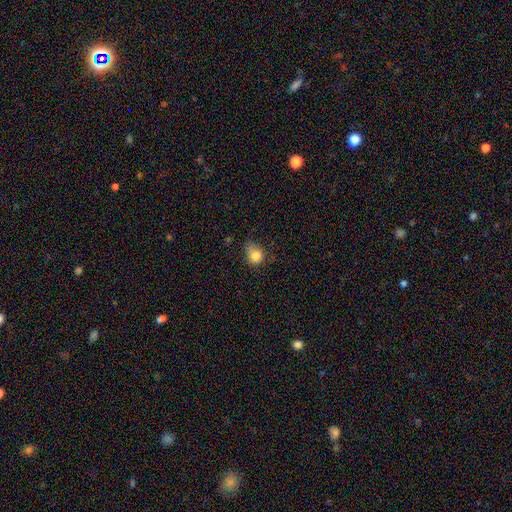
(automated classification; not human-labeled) Overall: smooth (82%). How rounded: round (71%). Merging: none (50%; minor disturbance 36%).